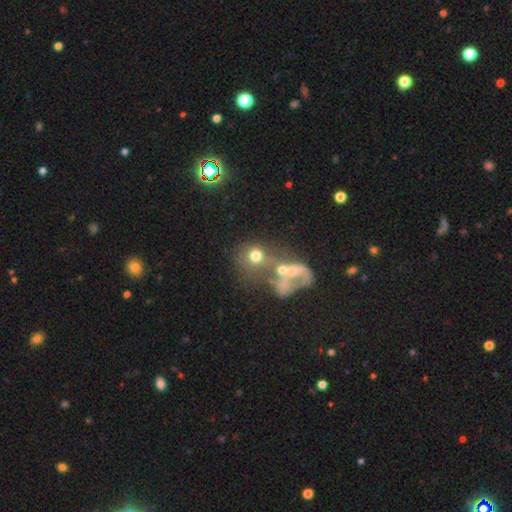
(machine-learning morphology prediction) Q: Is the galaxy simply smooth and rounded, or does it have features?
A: smooth — 53%.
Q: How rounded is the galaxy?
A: round — 70%.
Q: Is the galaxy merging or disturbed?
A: merger — 54%.